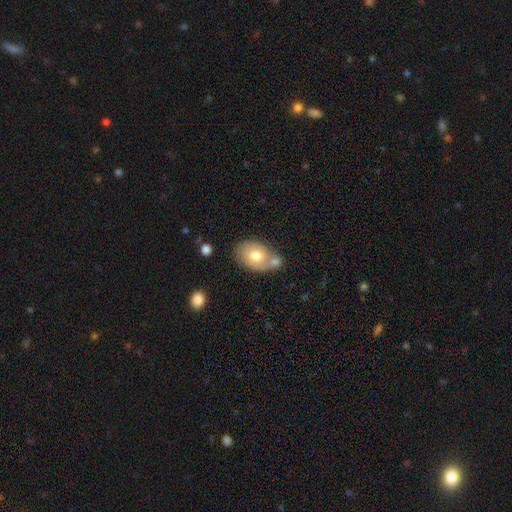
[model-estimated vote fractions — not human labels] Smooth or featured?
  - smooth: 69% *
  - featured or disk: 24%
  - star or artifact: 7%
How rounded?
  - in between: 74% *
  - round: 25%
  - cigar-shaped: 1%
Merging?
  - none: 42% *
  - merger: 36%
  - minor disturbance: 16%
  - major disturbance: 5%